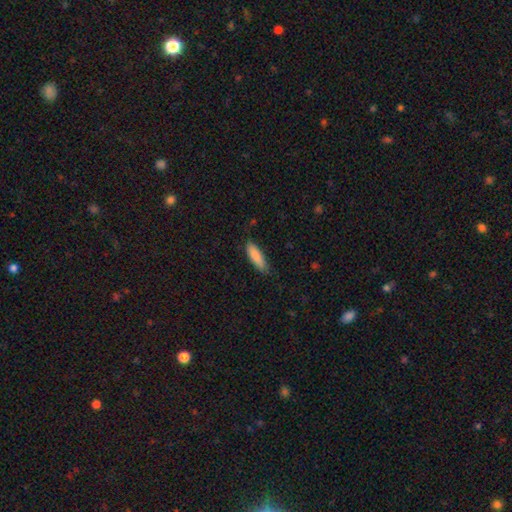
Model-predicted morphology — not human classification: A smooth galaxy with no disk features (87%) that is cigar-shaped (56%). Merging: none (80%).